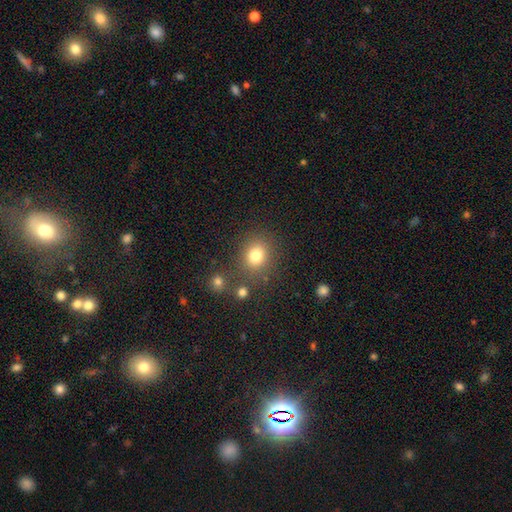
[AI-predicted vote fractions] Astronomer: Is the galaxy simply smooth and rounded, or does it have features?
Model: smooth — 79%.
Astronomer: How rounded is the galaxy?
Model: round — 72%.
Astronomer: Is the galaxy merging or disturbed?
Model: none — 78%.